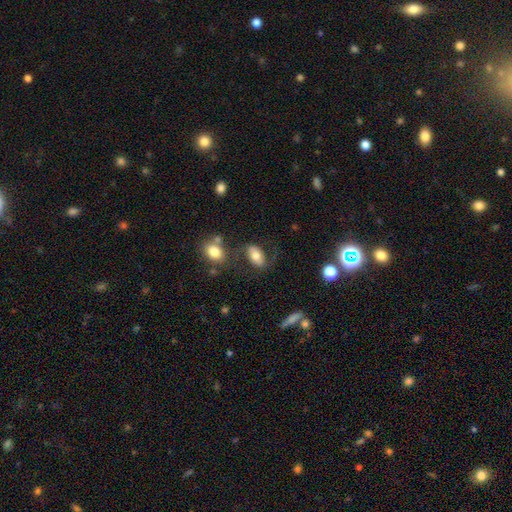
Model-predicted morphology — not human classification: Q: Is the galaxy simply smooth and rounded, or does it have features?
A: smooth — 63%.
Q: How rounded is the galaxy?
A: in between — 91%.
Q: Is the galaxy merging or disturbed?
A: none — 58%.